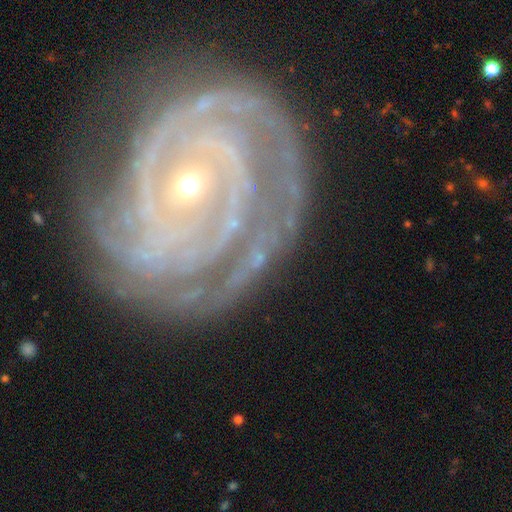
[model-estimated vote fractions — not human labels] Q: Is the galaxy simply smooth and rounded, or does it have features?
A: featured or disk — 90%.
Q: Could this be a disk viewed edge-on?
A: no — 97%.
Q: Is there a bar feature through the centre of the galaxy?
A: no — 61%.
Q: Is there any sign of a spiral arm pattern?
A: yes — 98%.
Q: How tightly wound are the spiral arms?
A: tight — 79%.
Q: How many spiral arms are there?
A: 2 — 26%.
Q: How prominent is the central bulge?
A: small — 79%.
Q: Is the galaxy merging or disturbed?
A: none — 73%.